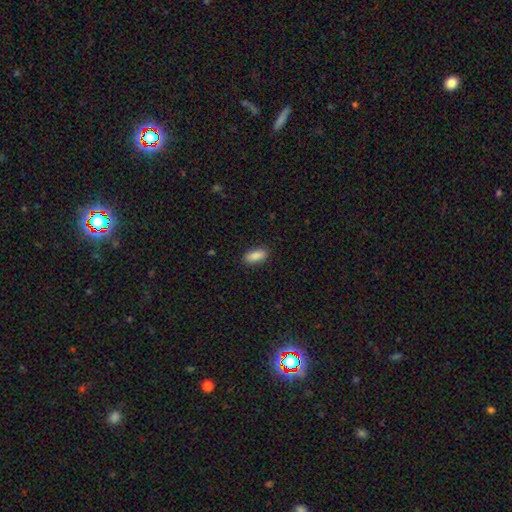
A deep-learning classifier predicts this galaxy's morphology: Overall: smooth (89%). How rounded: in between (84%). Merging: none (89%).